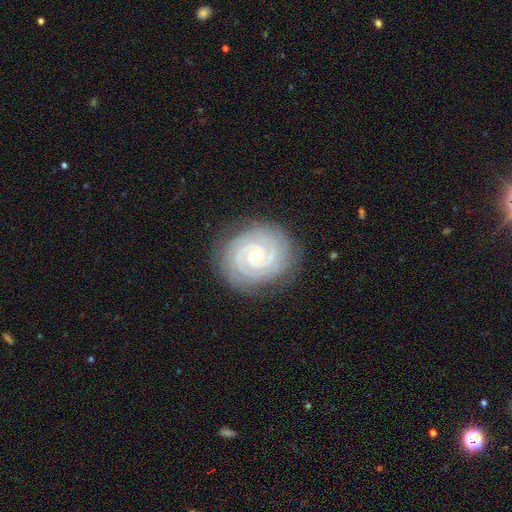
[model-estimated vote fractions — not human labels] Smooth or featured? featured or disk (91%)
Edge-on disk? no (98%)
Bar? no (65%)
Spiral arms? yes (99%)
Spiral winding? tight (87%)
Spiral arm count? 2 (53%)
Bulge size? small (75%)
Merging? none (85%)